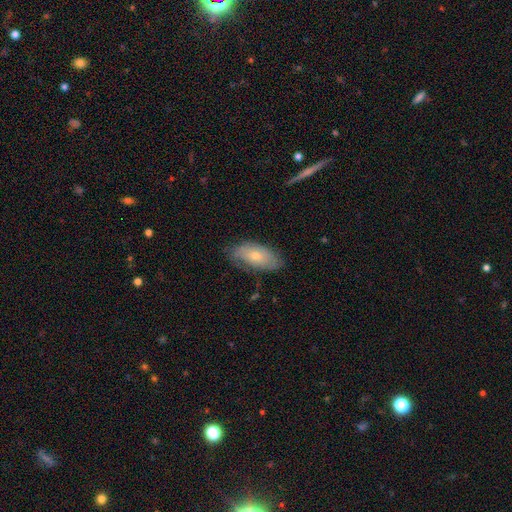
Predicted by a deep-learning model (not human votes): Morphology: type=smooth (58%); roundness=in between (90%); merging=none (69%).